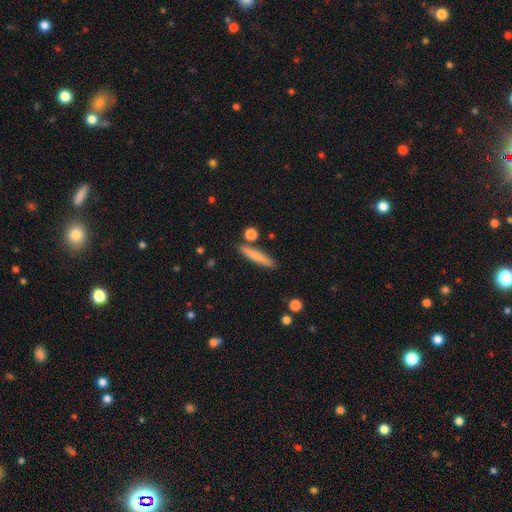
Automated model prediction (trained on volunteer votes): Smooth or featured?
  - smooth: 74% *
  - featured or disk: 20%
  - star or artifact: 6%
How rounded?
  - cigar-shaped: 92% *
  - in between: 6%
  - round: 2%
Merging?
  - none: 85% *
  - minor disturbance: 9%
  - merger: 5%
  - major disturbance: 2%